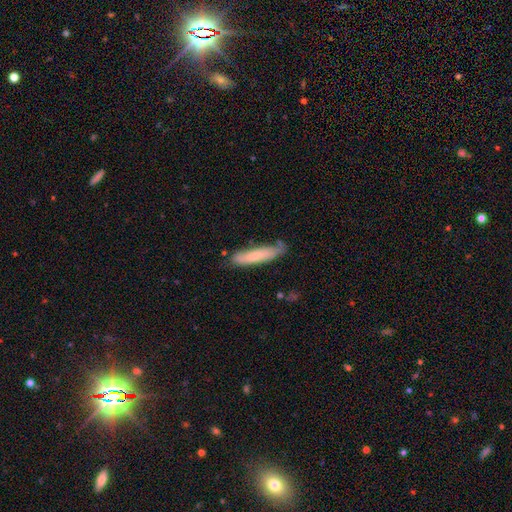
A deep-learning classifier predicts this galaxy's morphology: This is likely a smooth galaxy (65%). How rounded: clearly cigar-shaped (81%). Merging: likely none (64%).